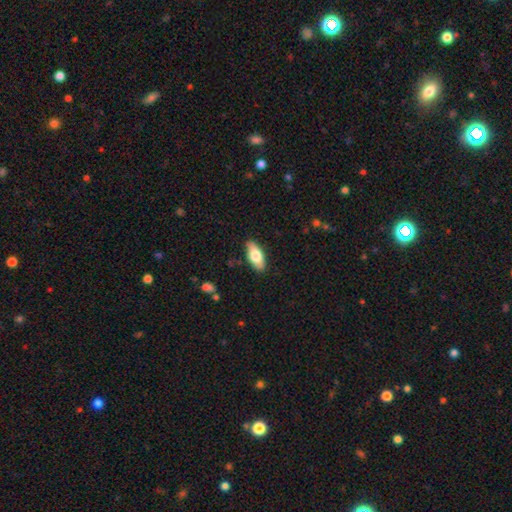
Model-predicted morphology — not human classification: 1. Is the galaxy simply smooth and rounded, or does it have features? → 73% smooth, 21% featured or disk, 6% star or artifact.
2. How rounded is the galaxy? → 84% in between, 14% cigar-shaped, 2% round.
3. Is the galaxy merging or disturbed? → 87% none, 10% minor disturbance, 2% major disturbance, 1% merger.